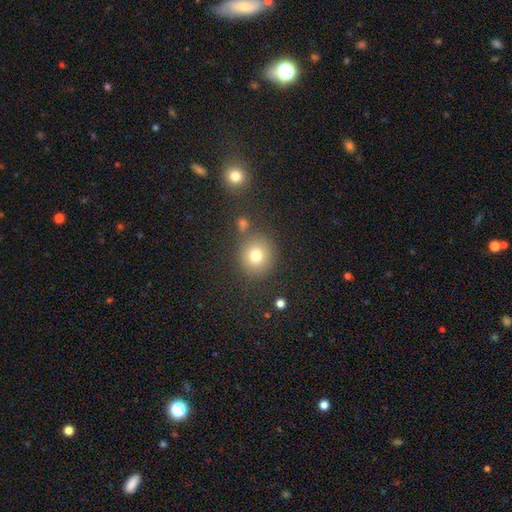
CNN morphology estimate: Q: Smooth or featured?
A: smooth (77%); runner-up: star or artifact (14%)
Q: How rounded?
A: round (88%); runner-up: in between (11%)
Q: Merging?
A: none (80%); runner-up: minor disturbance (10%)